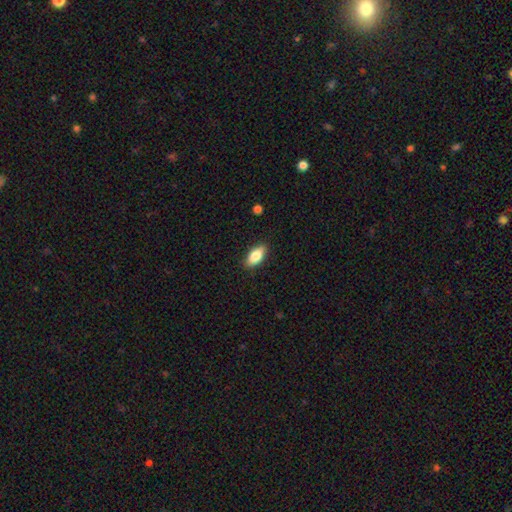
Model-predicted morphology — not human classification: Smooth or featured?
  - smooth: 78% *
  - featured or disk: 15%
  - star or artifact: 7%
How rounded?
  - in between: 87% *
  - cigar-shaped: 9%
  - round: 4%
Merging?
  - none: 88% *
  - minor disturbance: 9%
  - major disturbance: 2%
  - merger: 1%